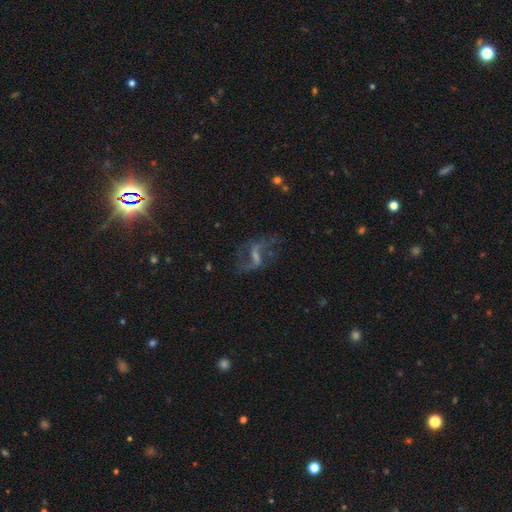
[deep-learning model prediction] Smooth or featured? Predicted: featured or disk (p=0.67). Edge-on disk? Predicted: no (p=0.93). Bar? Predicted: weak (p=0.45). Spiral arms? Predicted: yes (p=0.79). Bulge size? Predicted: none (p=0.37). Merging? Predicted: none (p=0.59).